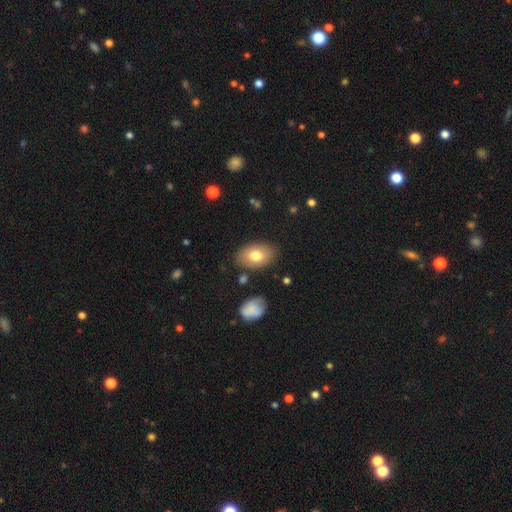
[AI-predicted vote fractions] smooth-or-featured: smooth: 76% | featured or disk: 16% | star or artifact: 8%
  how-rounded: in between: 87% | round: 12% | cigar-shaped: 1%
  merging: none: 83% | minor disturbance: 11% | major disturbance: 3% | merger: 3%